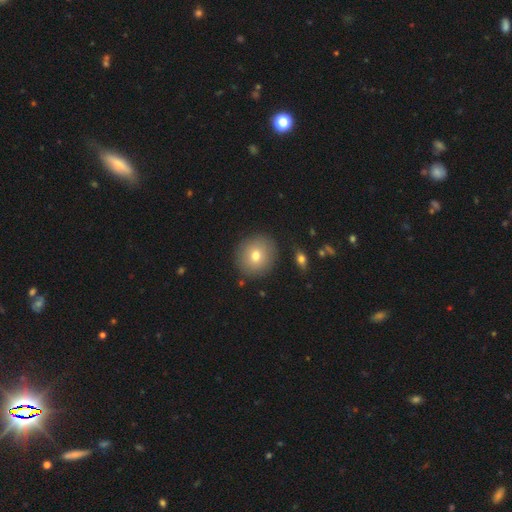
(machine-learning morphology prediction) smooth_or_featured: smooth (p=0.74) [alt: featured or disk p=0.15]
how_rounded: round (p=0.89) [alt: in between p=0.10]
merging: none (p=0.88) [alt: minor disturbance p=0.07]